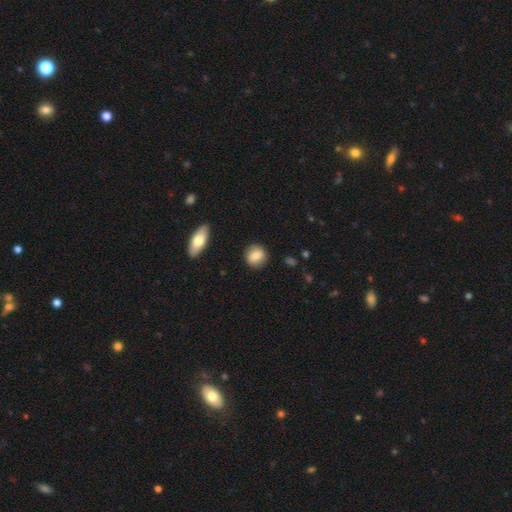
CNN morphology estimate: smooth 81%, featured or disk 12%, star or artifact 7%. Down the decision tree: how rounded — round (82%); merging — none (89%).